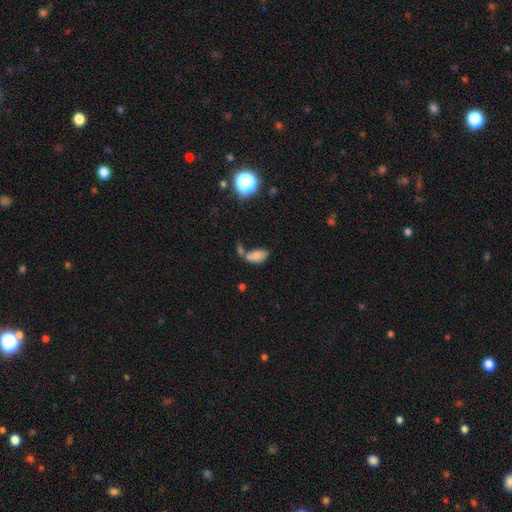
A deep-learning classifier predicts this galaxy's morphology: This is likely a smooth galaxy (78%). How rounded: clearly in between (92%). Merging: marginally merger (39%).